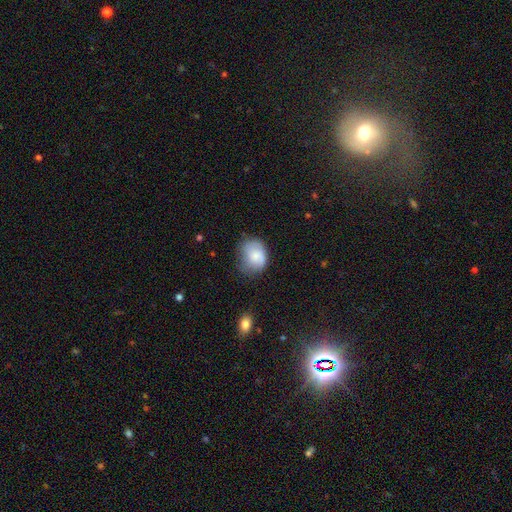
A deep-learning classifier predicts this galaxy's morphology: The model was most divided on "how rounded": in between: 50%, round: 49%, cigar-shaped: 1%. Remaining: smooth or featured — smooth (70%); merging — none (49%).